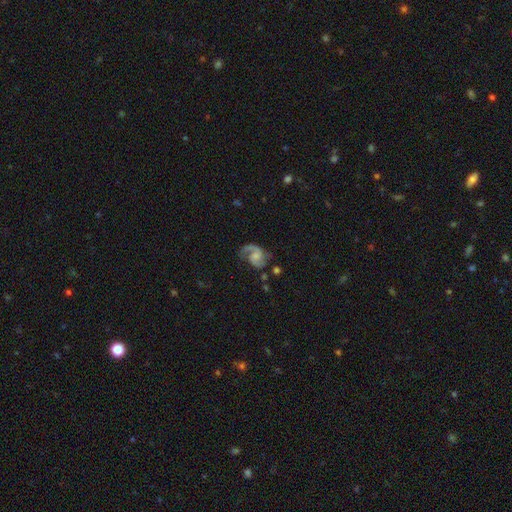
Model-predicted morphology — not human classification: Smooth or featured? Predicted: featured or disk (p=0.86). Edge-on disk? Predicted: no (p=0.98). Bar? Predicted: no (p=0.52). Spiral arms? Predicted: yes (p=0.97). Spiral winding? Predicted: medium (p=0.52). Spiral arm count? Predicted: 2 (p=0.83). Bulge size? Predicted: small (p=0.43). Merging? Predicted: none (p=0.63).